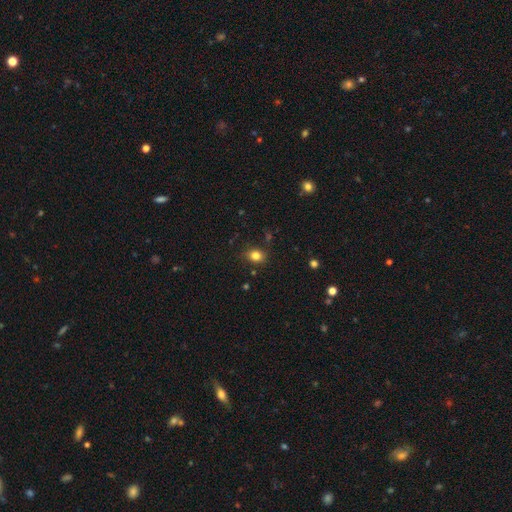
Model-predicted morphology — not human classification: This appears to be a smooth galaxy with no disk features (82%) that is round (52%). Merging: none (83%).